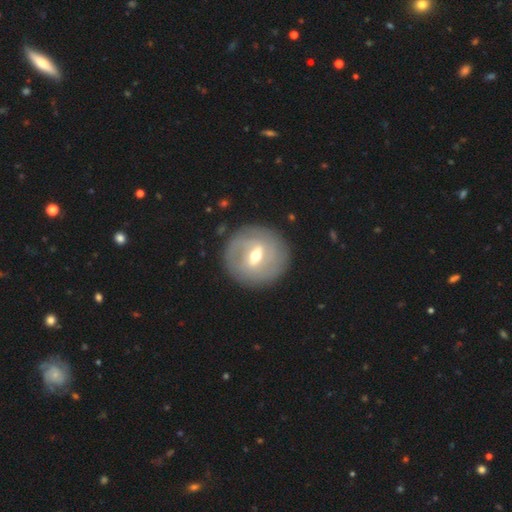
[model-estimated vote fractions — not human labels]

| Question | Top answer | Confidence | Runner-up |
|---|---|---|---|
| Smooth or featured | featured or disk | 67% | smooth (27%) |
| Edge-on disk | no | 90% | yes (10%) |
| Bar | weak | 50% | strong (37%) |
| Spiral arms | yes | 51% | no (49%) |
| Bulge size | moderate | 62% | small (30%) |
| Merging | none | 85% | minor disturbance (9%) |